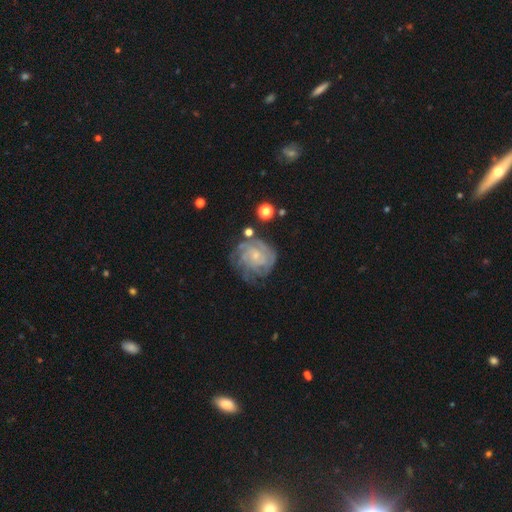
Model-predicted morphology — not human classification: Smooth or featured?
  - featured or disk: 81% *
  - smooth: 12%
  - star or artifact: 7%
Edge-on disk?
  - no: 98% *
  - yes: 2%
Bar?
  - no: 74% *
  - weak: 22%
  - strong: 4%
Spiral arms?
  - yes: 94% *
  - no: 6%
Spiral winding?
  - tight: 70% *
  - medium: 24%
  - loose: 6%
Spiral arm count?
  - can't tell: 37% *
  - 4: 20%
  - 3: 17%
  - 2: 11%
  - more than 4: 8%
  - 1: 6%
Bulge size?
  - small: 75% *
  - moderate: 16%
  - none: 6%
  - large: 1%
  - dominant: 1%
Merging?
  - none: 62% *
  - minor disturbance: 22%
  - major disturbance: 12%
  - merger: 4%